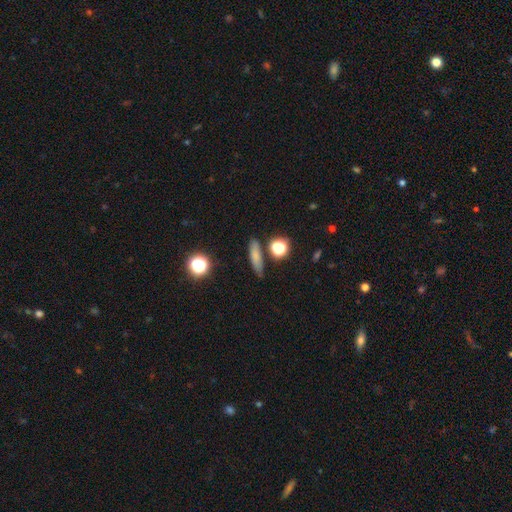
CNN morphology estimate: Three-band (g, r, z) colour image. It shows a smooth galaxy with no disk features (74%) that is cigar-shaped (62%). Merging: none (81%).